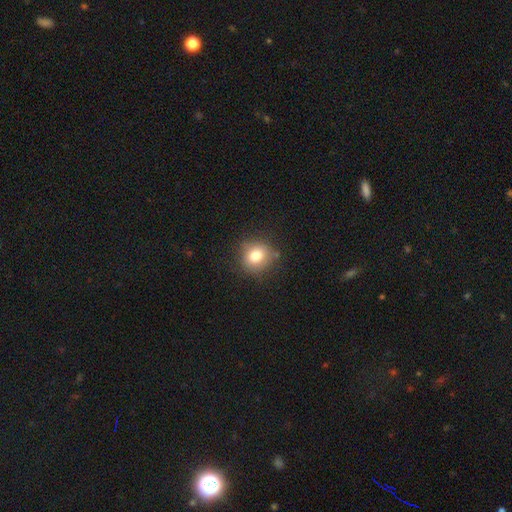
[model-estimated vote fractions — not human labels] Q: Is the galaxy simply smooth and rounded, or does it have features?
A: smooth — 81%.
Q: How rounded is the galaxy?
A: round — 79%.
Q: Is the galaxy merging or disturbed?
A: none — 78%.